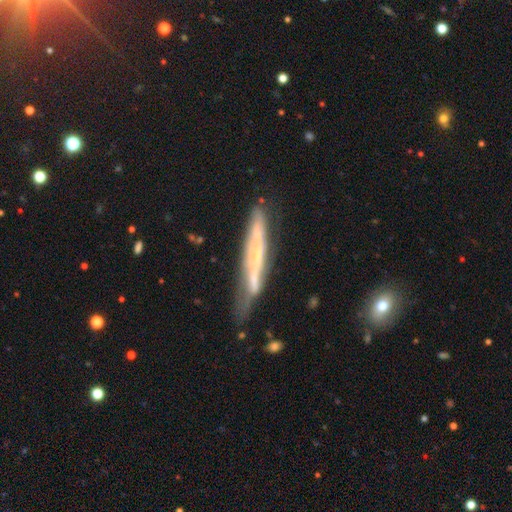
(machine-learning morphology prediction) A featured or disk galaxy (64%) viewed edge-on (76%).

Vote fractions:
- Smooth or featured? featured or disk: 64% / smooth: 29% / star or artifact: 7%
- Edge-on disk? yes: 76% / no: 24%
- Merging? none: 60% / minor disturbance: 27% / major disturbance: 8% / merger: 5%